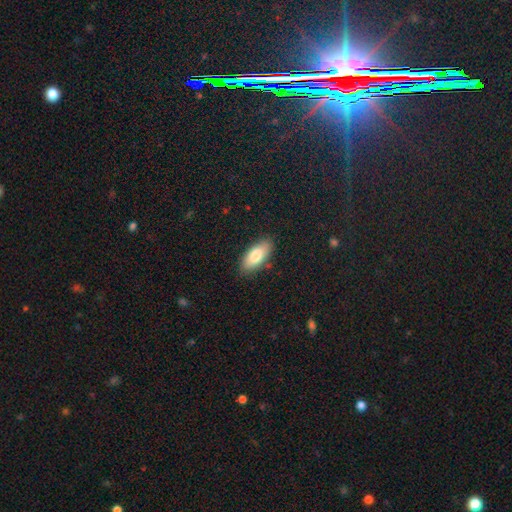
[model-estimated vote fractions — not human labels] Q: Smooth or featured?
A: smooth (81%); runner-up: featured or disk (13%)
Q: How rounded?
A: in between (85%); runner-up: cigar-shaped (12%)
Q: Merging?
A: none (85%); runner-up: minor disturbance (11%)